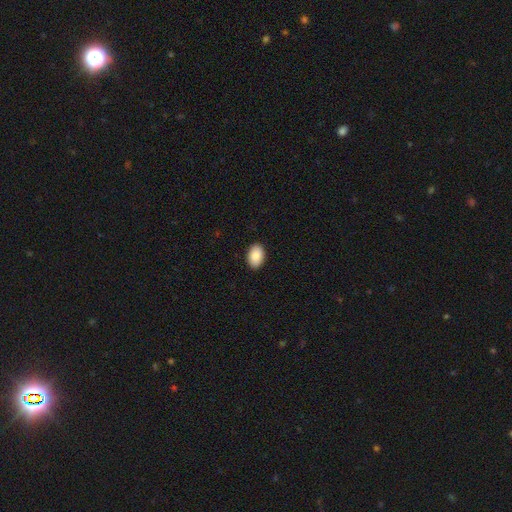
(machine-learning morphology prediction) Overall: smooth (87%). How rounded: in between (88%). Merging: none (91%).